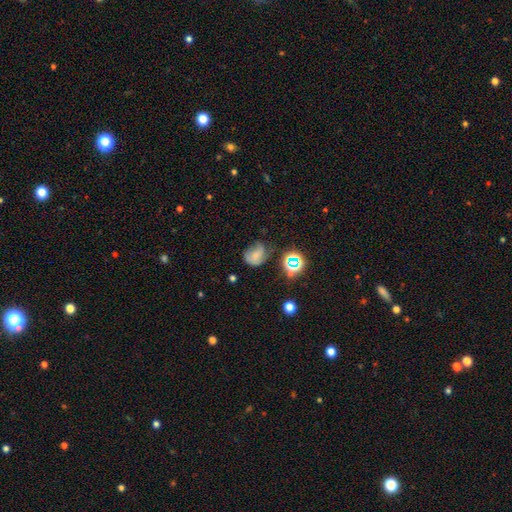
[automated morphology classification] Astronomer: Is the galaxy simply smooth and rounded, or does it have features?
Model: smooth — 54%.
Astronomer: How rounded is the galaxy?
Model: in between — 50% (runner-up: round, 49%).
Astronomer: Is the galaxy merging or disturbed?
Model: none — 41% (runner-up: minor disturbance, 34%).